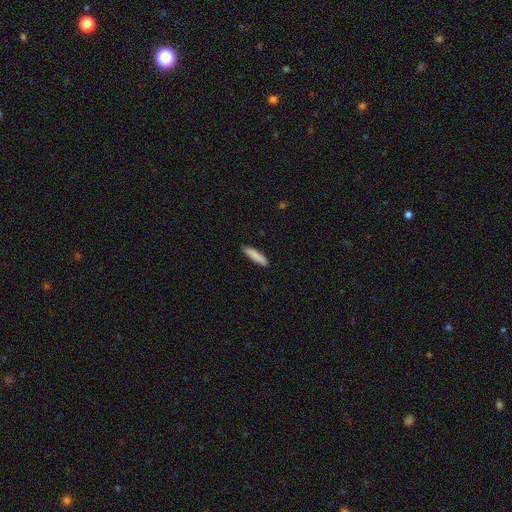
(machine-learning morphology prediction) smooth-or-featured: smooth: 87% | featured or disk: 8% | star or artifact: 6%
  how-rounded: cigar-shaped: 84% | in between: 15% | round: 1%
  merging: none: 87% | minor disturbance: 10% | major disturbance: 2% | merger: 1%